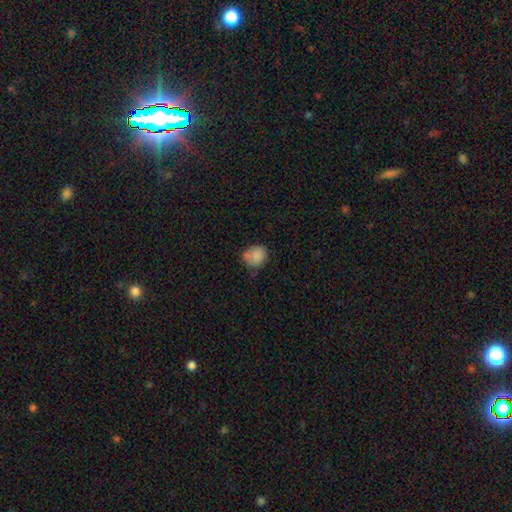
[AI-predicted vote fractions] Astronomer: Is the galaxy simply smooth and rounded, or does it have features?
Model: smooth — 82%.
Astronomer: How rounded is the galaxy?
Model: round — 63%.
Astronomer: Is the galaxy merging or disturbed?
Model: none — 56%.